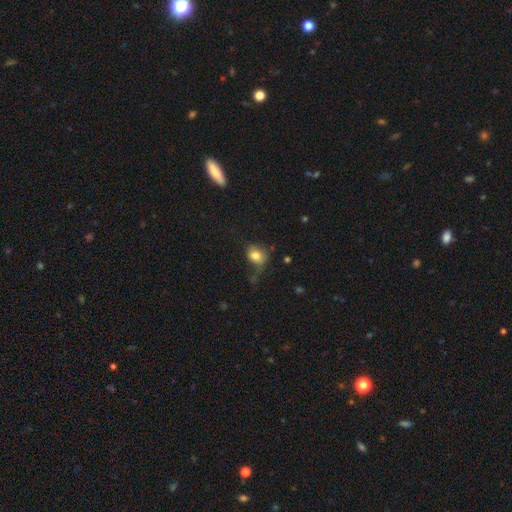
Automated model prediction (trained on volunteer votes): The model was most divided on "how rounded": in between: 52%, round: 47%, cigar-shaped: 1%. Remaining: smooth or featured — smooth (79%); merging — none (46%).